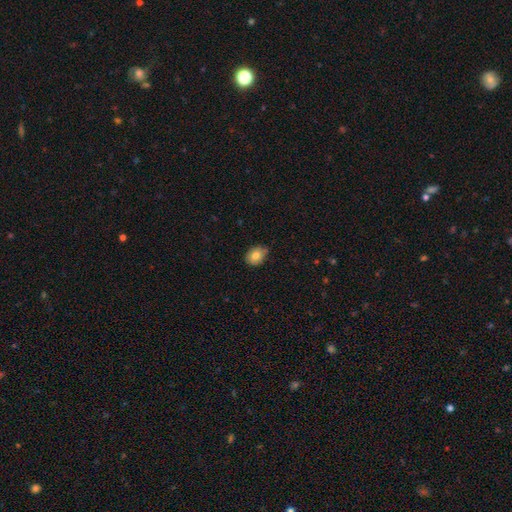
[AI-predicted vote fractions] Overall: smooth (79%). How rounded: in between (57%; round 42%). Merging: none (72%).